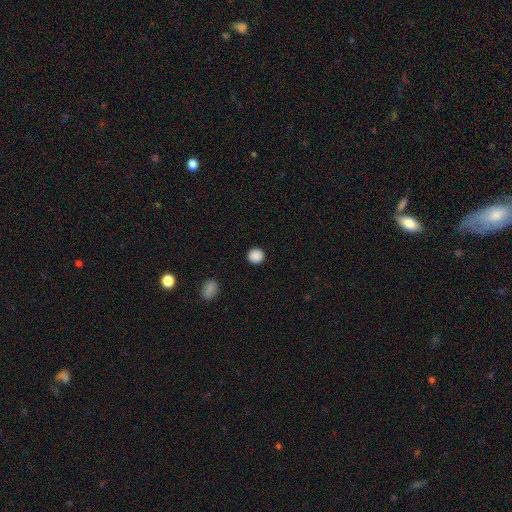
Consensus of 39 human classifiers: This is clearly a smooth galaxy (92%). How rounded: clearly round (92%). Merging: clearly none (89%).